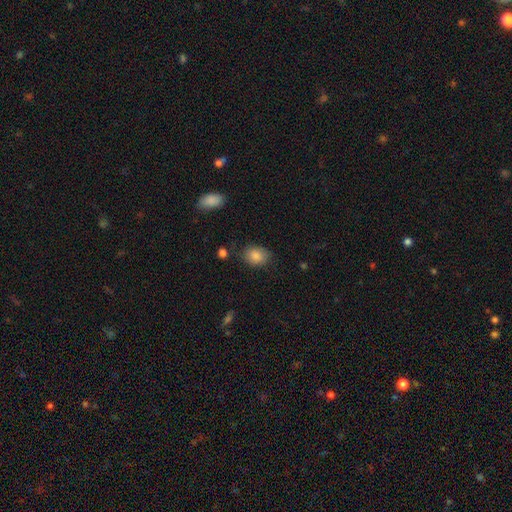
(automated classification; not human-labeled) The model was most divided on "how rounded": in between: 68%, round: 31%, cigar-shaped: 1%. More confident: smooth or featured — smooth (86%); merging — none (77%).